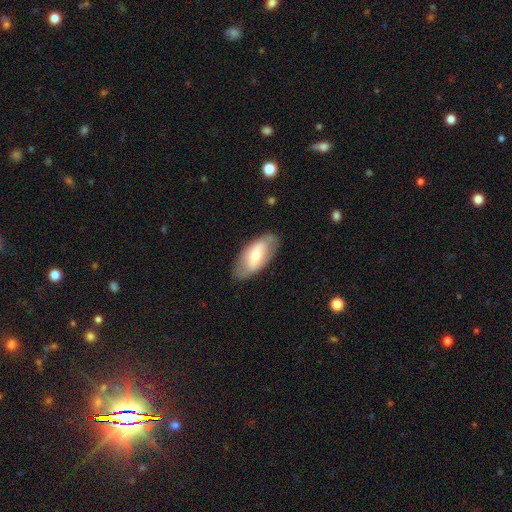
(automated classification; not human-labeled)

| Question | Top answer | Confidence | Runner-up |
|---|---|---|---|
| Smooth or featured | smooth | 55% | featured or disk (39%) |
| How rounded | in between | 91% | cigar-shaped (6%) |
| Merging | none | 79% | minor disturbance (16%) |